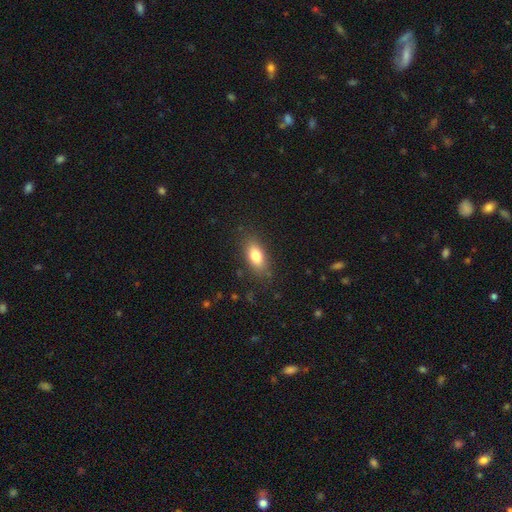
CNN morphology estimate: This is clearly a smooth galaxy (80%). How rounded: clearly in between (84%). Merging: clearly none (82%).